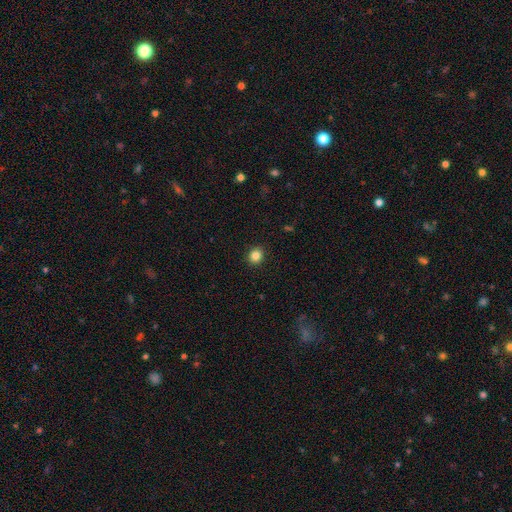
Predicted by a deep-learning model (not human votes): Smooth or featured? smooth (85%)
How rounded? round (84%)
Merging? none (92%)